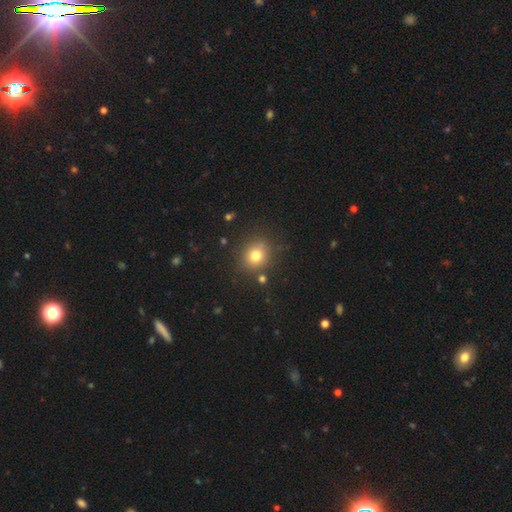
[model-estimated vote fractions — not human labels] Overall: smooth (76%). How rounded: round (78%). Merging: none (81%).